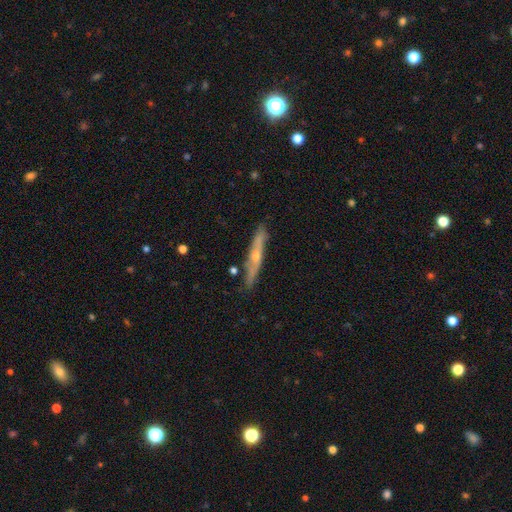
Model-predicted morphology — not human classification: The model was most divided on "smooth or featured": featured or disk: 64%, smooth: 30%, star or artifact: 6%. More confident: edge-on disk — yes (87%); merging — none (83%); edge-on bulge — rounded (81%).